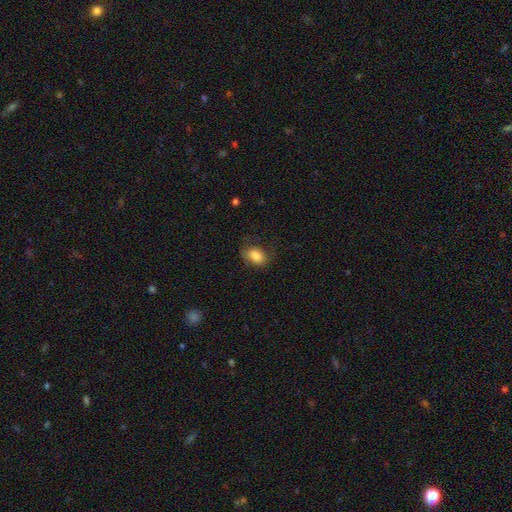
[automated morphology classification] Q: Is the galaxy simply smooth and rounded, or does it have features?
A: smooth — 84%.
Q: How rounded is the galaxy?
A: in between — 82%.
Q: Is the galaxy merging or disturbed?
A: none — 65%.